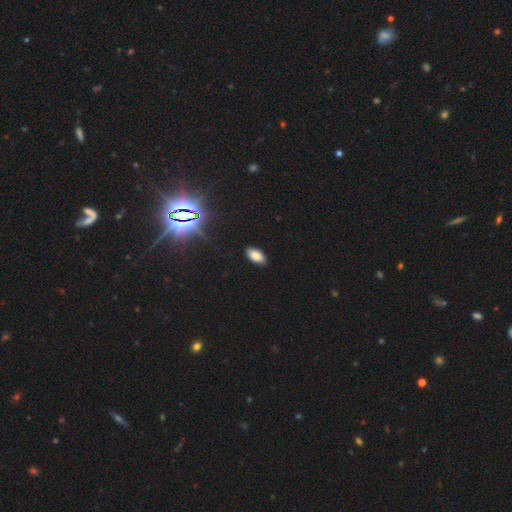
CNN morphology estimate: This is clearly a smooth galaxy (81%). How rounded: clearly in between (93%). Merging: clearly none (86%).